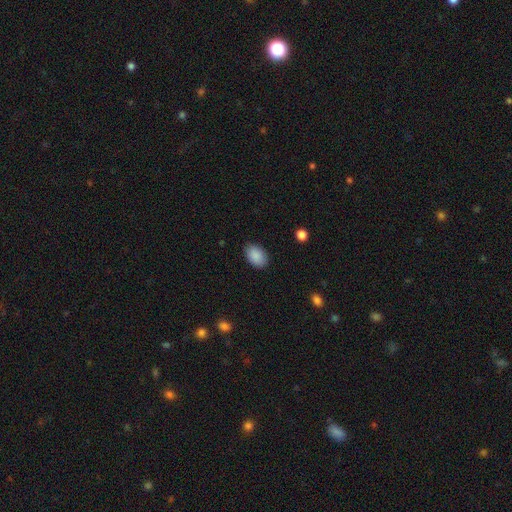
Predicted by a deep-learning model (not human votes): smooth_or_featured: smooth (p=0.89) [alt: star or artifact p=0.07]
how_rounded: in between (p=0.86) [alt: round p=0.13]
merging: none (p=0.86) [alt: minor disturbance p=0.11]